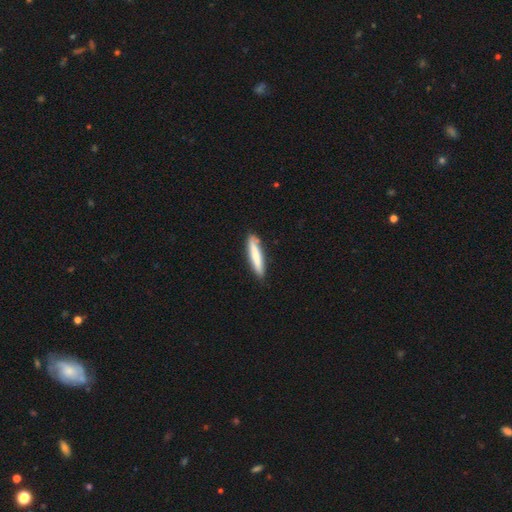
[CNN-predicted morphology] smooth 72%, featured or disk 23%, star or artifact 5%. Down the decision tree: how rounded — cigar-shaped (90%); merging — none (85%).